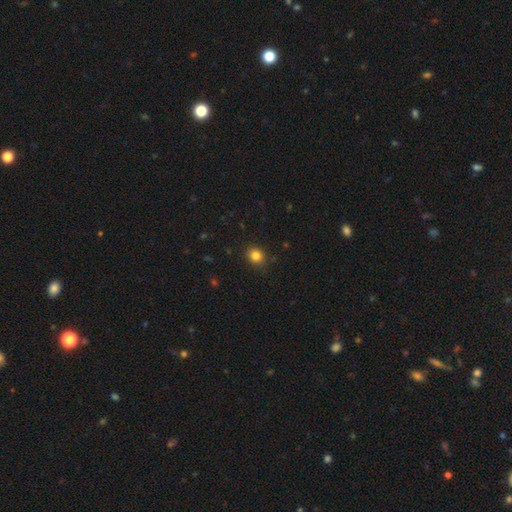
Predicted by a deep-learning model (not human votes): smooth_or_featured: smooth (p=0.83) [alt: star or artifact p=0.12]
how_rounded: round (p=0.70) [alt: in between p=0.29]
merging: none (p=0.87) [alt: minor disturbance p=0.10]